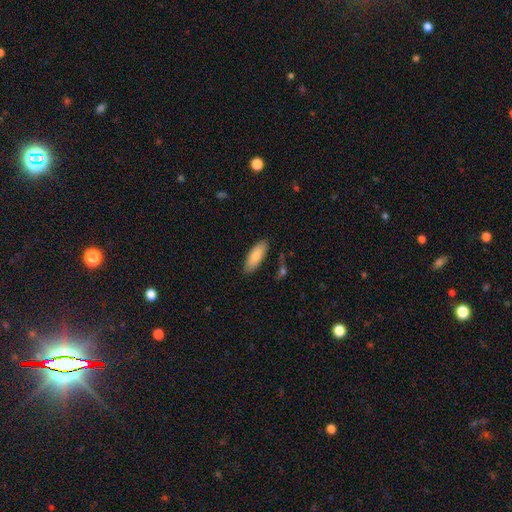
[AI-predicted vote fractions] Smooth or featured? smooth (84%)
How rounded? in between (71%)
Merging? none (81%)